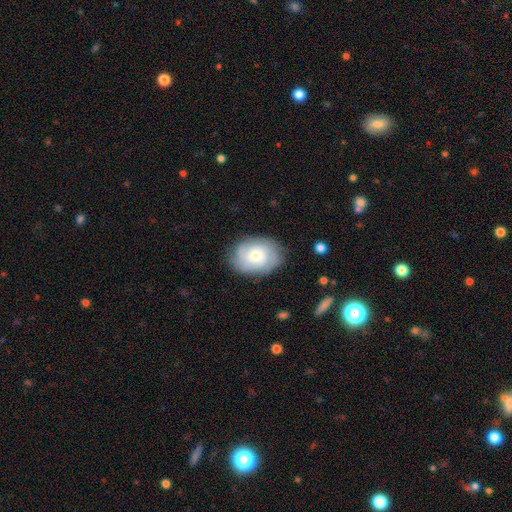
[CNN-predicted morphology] type=featured or disk (56%); edge-on=no (96%); bar=no (78%); spiral arms=yes (85%); bulge=moderate (49%); merging=none (78%).